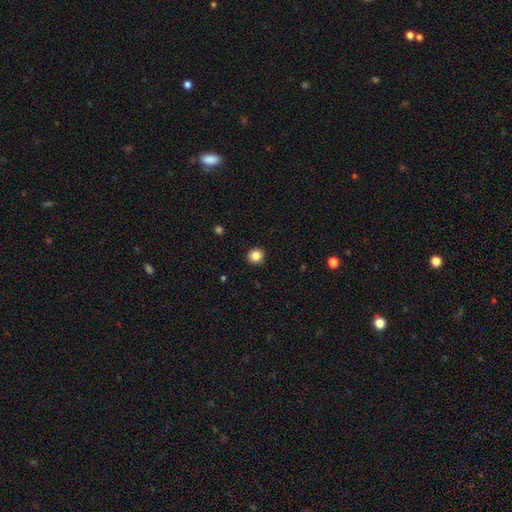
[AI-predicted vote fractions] This appears to be a smooth galaxy with no disk features (85%) that is round (93%). Merging: none (93%).